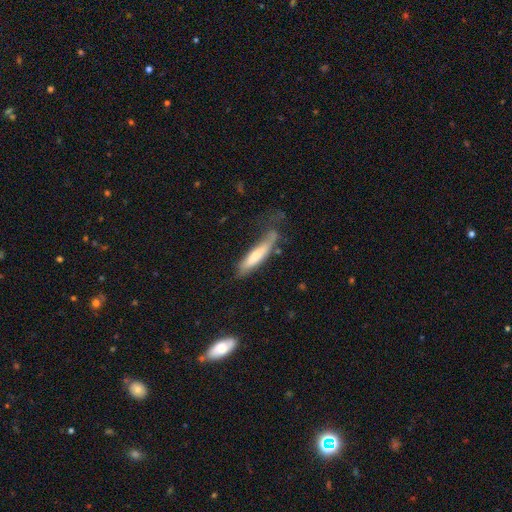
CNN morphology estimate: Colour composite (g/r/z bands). It shows a smooth galaxy with no disk features (65%) that is cigar-shaped (82%). Merging: none (47%).